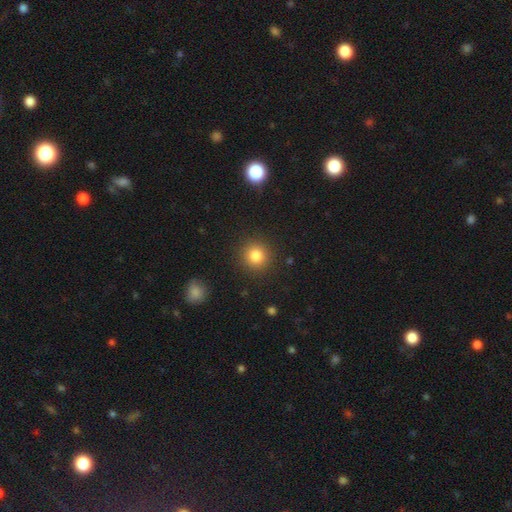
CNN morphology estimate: A smooth galaxy with no disk features (82%) that is round (91%).

Vote fractions:
- Smooth or featured? smooth: 82% / star or artifact: 12% / featured or disk: 6%
- How rounded? round: 91% / in between: 8% / cigar-shaped: 1%
- Merging? none: 90% / minor disturbance: 6% / major disturbance: 3% / merger: 1%